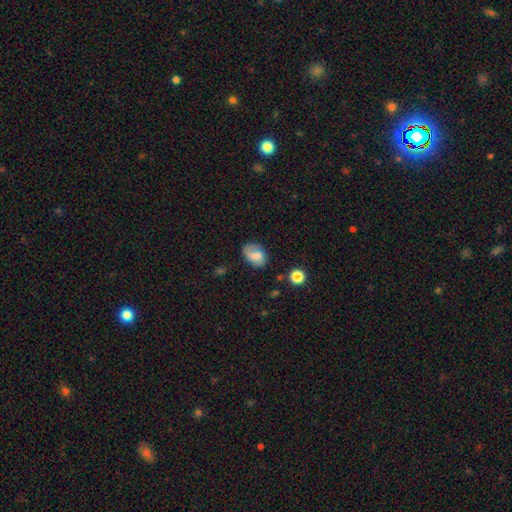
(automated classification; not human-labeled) Overall: smooth (61%; featured or disk 29%). How rounded: in between (76%). Merging: none (57%; minor disturbance 27%).